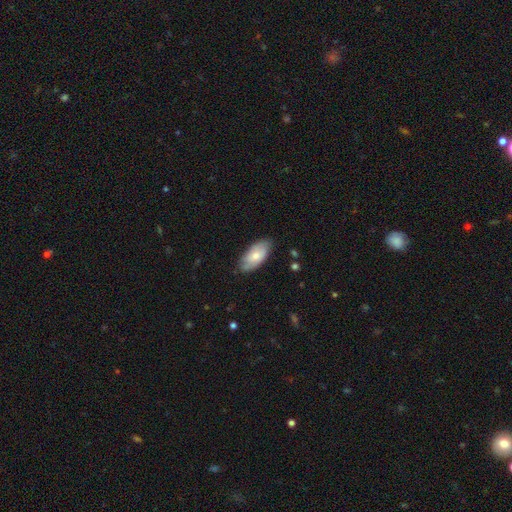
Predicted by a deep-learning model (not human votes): This appears to be a smooth galaxy with no disk features (64%) that is in between round and cigar-shaped (92%). Merging: none (78%).